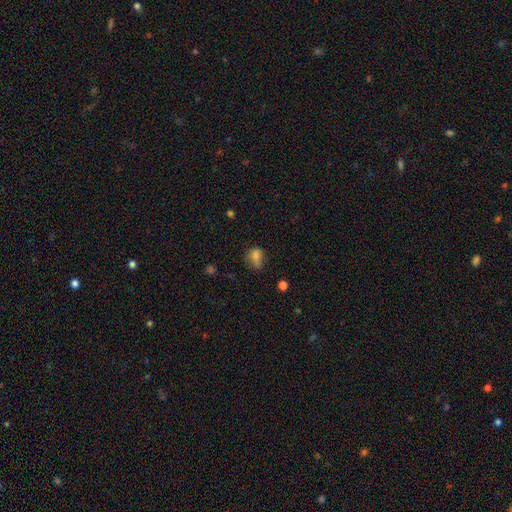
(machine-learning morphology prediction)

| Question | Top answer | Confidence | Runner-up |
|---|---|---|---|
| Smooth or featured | smooth | 72% | star or artifact (14%) |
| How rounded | in between | 62% | round (35%) |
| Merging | none | 38% | minor disturbance (34%) |